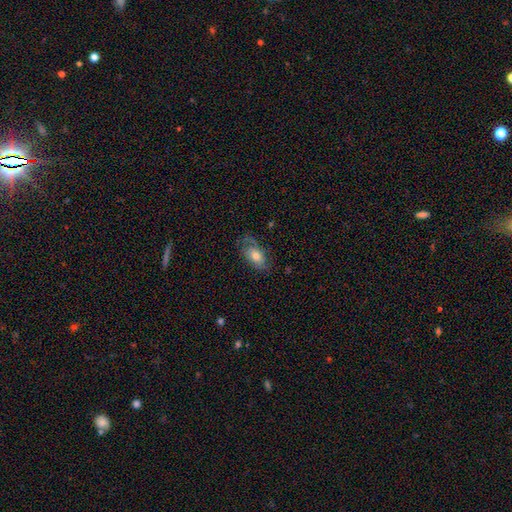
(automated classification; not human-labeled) smooth 54%, featured or disk 38%, star or artifact 8%. Down the decision tree: how rounded — in between (88%); merging — none (60%).